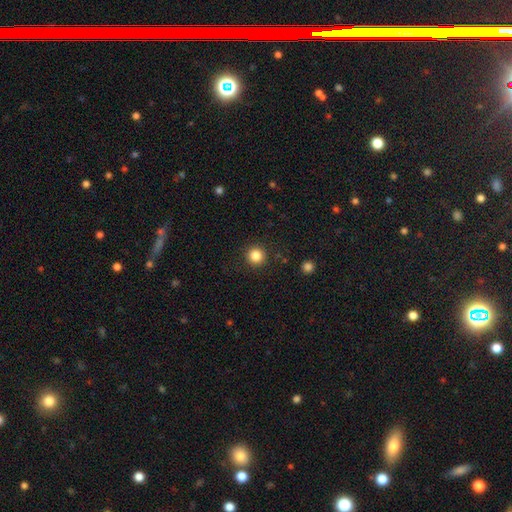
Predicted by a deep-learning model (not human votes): A smooth galaxy with no disk features (84%) that is round (95%).

Vote fractions:
- Smooth or featured? smooth: 84% / star or artifact: 12% / featured or disk: 4%
- How rounded? round: 95% / in between: 4% / cigar-shaped: 1%
- Merging? none: 92% / minor disturbance: 5% / major disturbance: 2% / merger: 1%